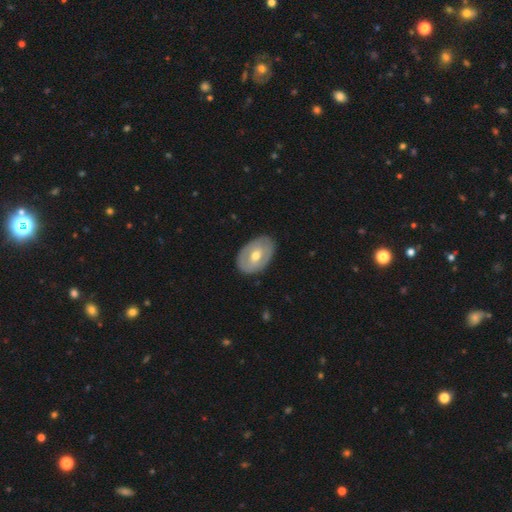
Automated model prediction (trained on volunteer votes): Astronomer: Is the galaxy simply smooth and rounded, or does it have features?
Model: featured or disk — 53% (runner-up: smooth, 42%).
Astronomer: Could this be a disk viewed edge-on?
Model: no — 91%.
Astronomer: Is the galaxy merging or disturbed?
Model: none — 82%.